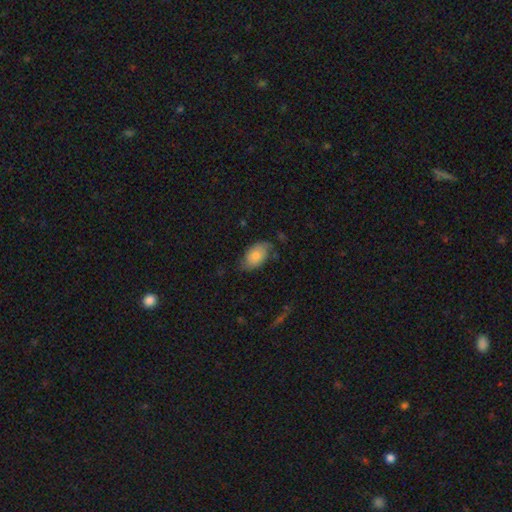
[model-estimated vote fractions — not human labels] Morphology: type=smooth (69%); roundness=in between (92%); merging=none (61%).